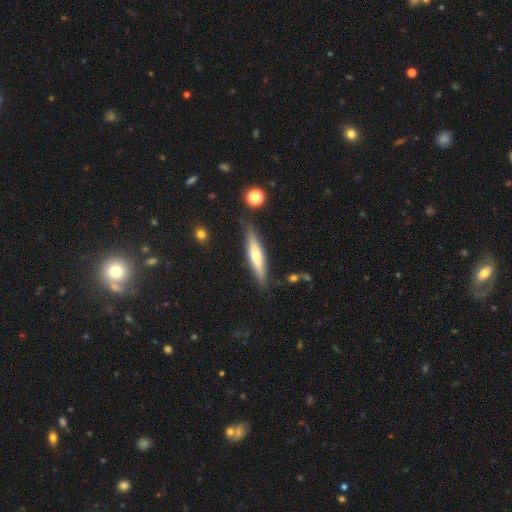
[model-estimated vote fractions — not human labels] A featured or disk galaxy (53%) viewed edge-on (92%).

Vote fractions:
- Smooth or featured? featured or disk: 53% / smooth: 41% / star or artifact: 6%
- Edge-on disk? yes: 92% / no: 8%
- Merging? none: 83% / minor disturbance: 12% / major disturbance: 3% / merger: 2%